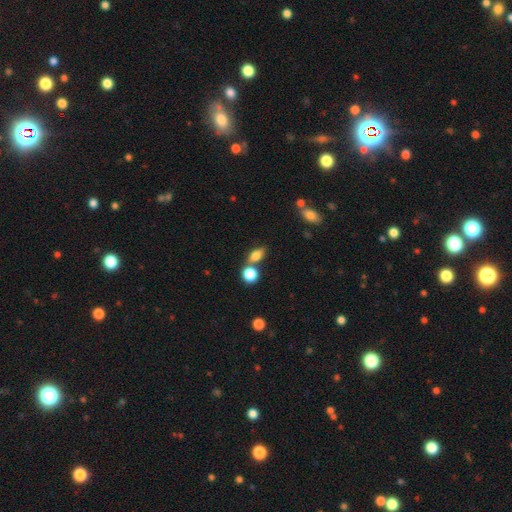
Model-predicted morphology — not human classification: Q: Smooth or featured?
A: smooth (76%); runner-up: featured or disk (13%)
Q: How rounded?
A: in between (70%); runner-up: round (21%)
Q: Merging?
A: none (58%); runner-up: merger (25%)